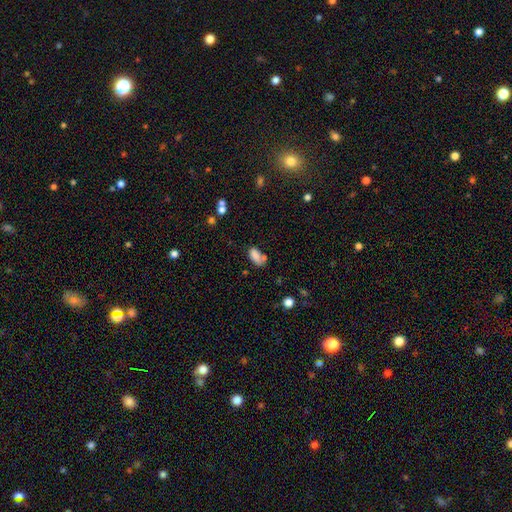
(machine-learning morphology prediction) Smooth or featured: smooth — 80% (star or artifact — 10%)
How rounded: in between — 90% (round — 5%)
Merging: none — 45% (minor disturbance — 24%)